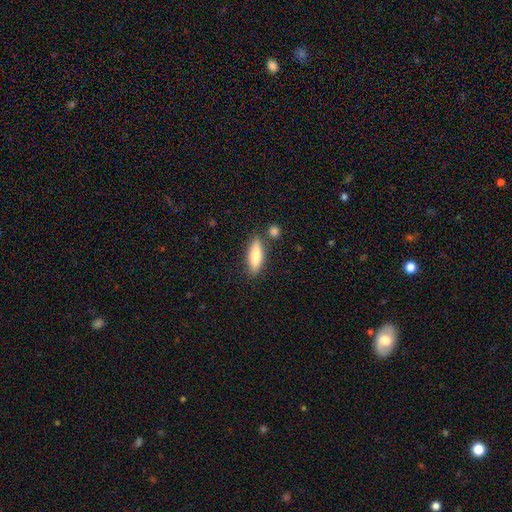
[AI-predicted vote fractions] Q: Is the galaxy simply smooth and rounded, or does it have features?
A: smooth — 76%.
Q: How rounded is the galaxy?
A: cigar-shaped — 52%.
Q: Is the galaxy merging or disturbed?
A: none — 79%.